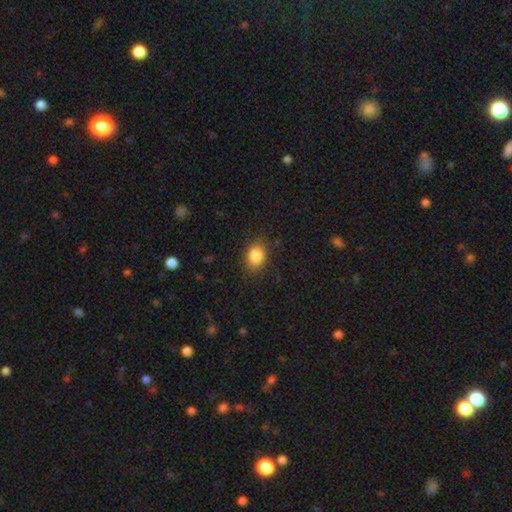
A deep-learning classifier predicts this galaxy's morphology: Q: Smooth or featured?
A: smooth (86%); runner-up: star or artifact (9%)
Q: How rounded?
A: in between (60%); runner-up: round (39%)
Q: Merging?
A: none (84%); runner-up: minor disturbance (12%)